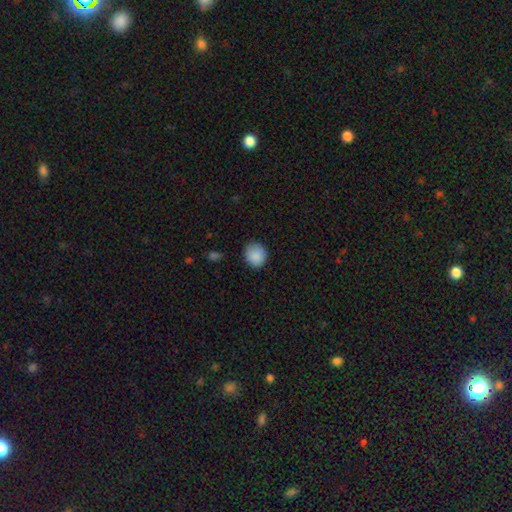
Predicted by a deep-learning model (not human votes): smooth 88%, star or artifact 8%, featured or disk 4%. Down the decision tree: how rounded — round (83%); merging — none (82%).